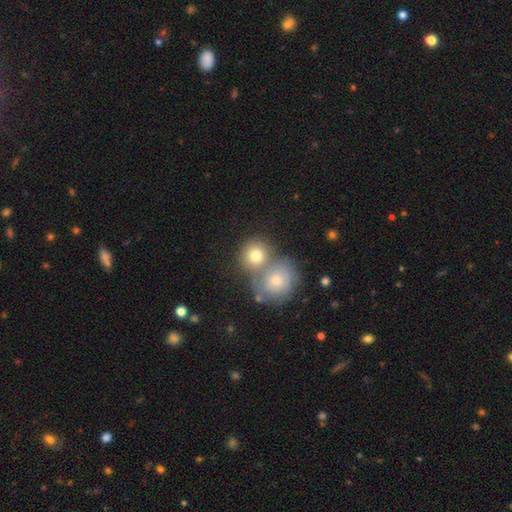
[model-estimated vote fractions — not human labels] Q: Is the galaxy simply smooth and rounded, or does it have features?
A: smooth — 74%.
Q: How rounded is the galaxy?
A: round — 84%.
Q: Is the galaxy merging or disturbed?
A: merger — 47%.